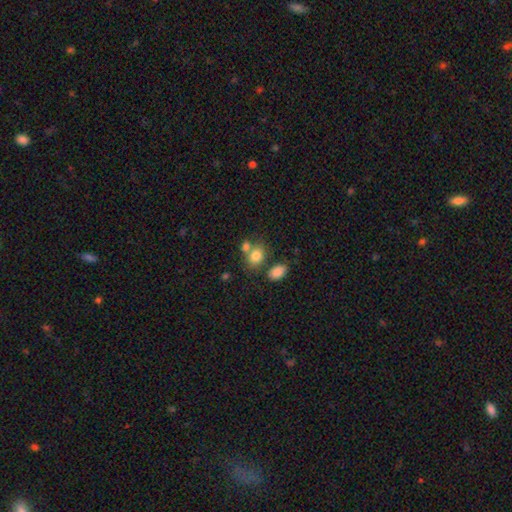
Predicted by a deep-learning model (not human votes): Smooth or featured?
  - smooth: 80% *
  - star or artifact: 10%
  - featured or disk: 10%
How rounded?
  - in between: 54% *
  - round: 44%
  - cigar-shaped: 1%
Merging?
  - none: 50% *
  - merger: 33%
  - minor disturbance: 12%
  - major disturbance: 5%